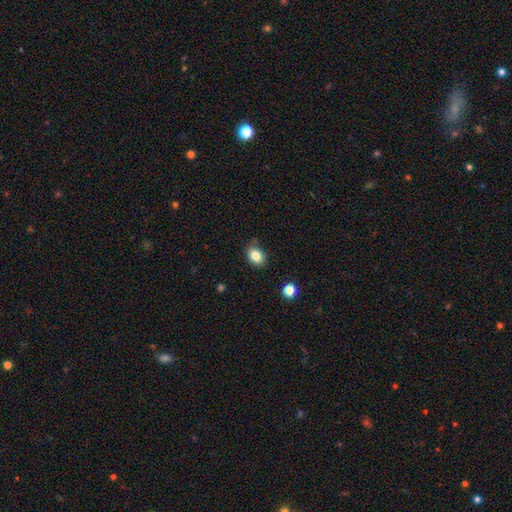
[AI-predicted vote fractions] Smooth or featured: smooth — 83% (star or artifact — 9%)
How rounded: in between — 74% (round — 25%)
Merging: none — 79% (minor disturbance — 15%)